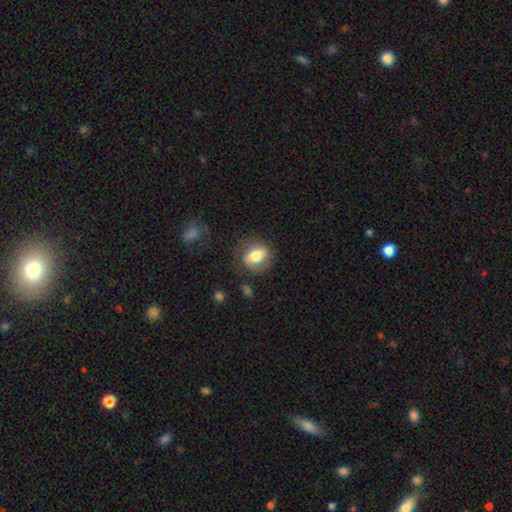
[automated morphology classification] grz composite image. It shows a smooth galaxy with no disk features (67%) that is in between round and cigar-shaped (59%). Merging: none (67%).